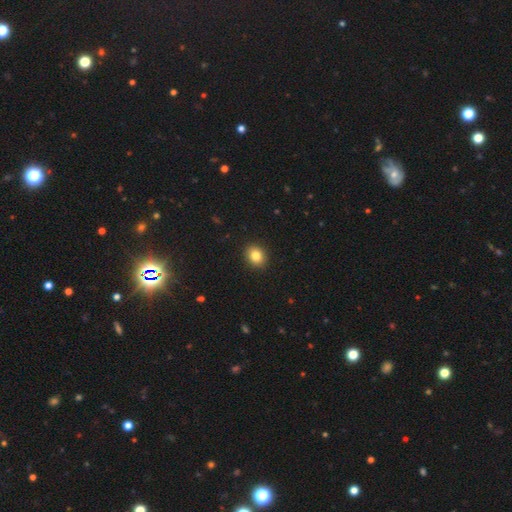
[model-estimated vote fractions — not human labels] Smooth or featured?
  - smooth: 84% *
  - star or artifact: 10%
  - featured or disk: 6%
How rounded?
  - round: 58% *
  - in between: 41%
  - cigar-shaped: 1%
Merging?
  - none: 91% *
  - minor disturbance: 6%
  - major disturbance: 2%
  - merger: 1%